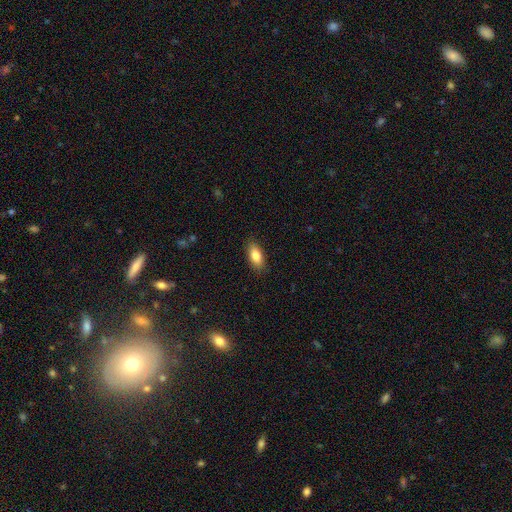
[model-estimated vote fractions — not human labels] smooth_or_featured: smooth (p=0.83) [alt: featured or disk p=0.10]
how_rounded: in between (p=0.86) [alt: cigar-shaped p=0.10]
merging: none (p=0.87) [alt: minor disturbance p=0.10]